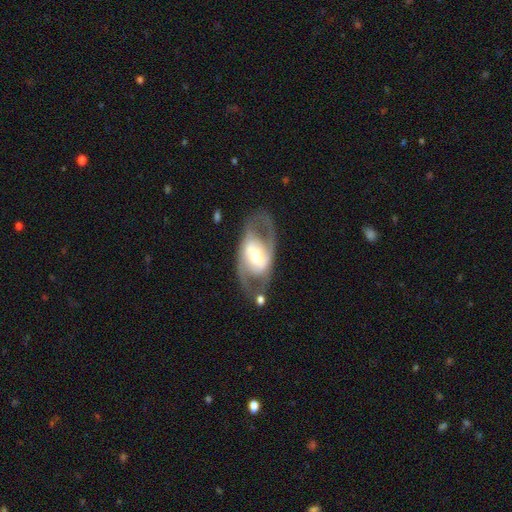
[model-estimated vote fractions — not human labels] Overall: featured or disk (77%). Edge-on disk: no (92%). Bar: weak (37%; strong 33%). Spiral arms: yes (67%; no 33%). Bulge size: moderate (59%; small 21%). Merging: none (68%).